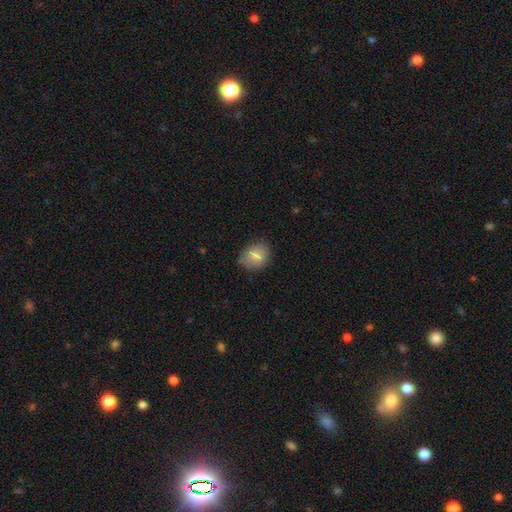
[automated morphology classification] Smooth or featured? smooth (75%)
How rounded? in between (52%)
Merging? none (75%)